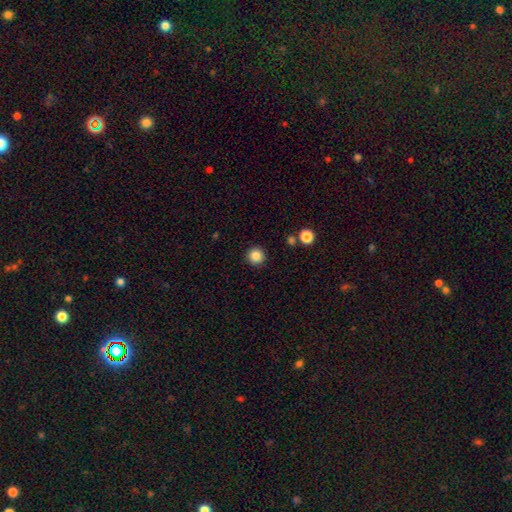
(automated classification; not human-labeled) Smooth or featured: smooth — 86% (star or artifact — 10%)
How rounded: round — 95% (in between — 4%)
Merging: none — 92% (minor disturbance — 5%)